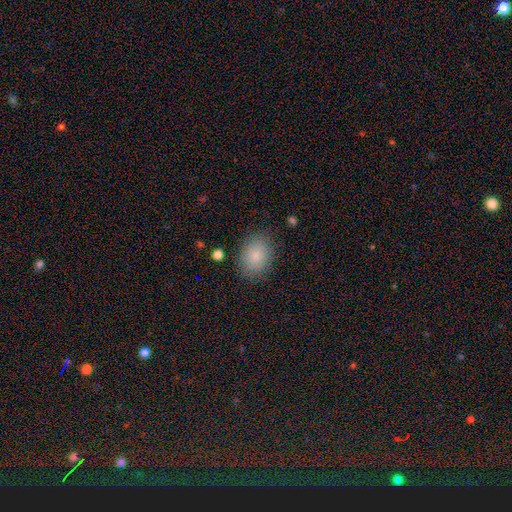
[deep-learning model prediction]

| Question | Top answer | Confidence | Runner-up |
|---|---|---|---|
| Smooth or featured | smooth | 85% | star or artifact (8%) |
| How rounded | in between | 68% | round (31%) |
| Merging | none | 84% | minor disturbance (11%) |